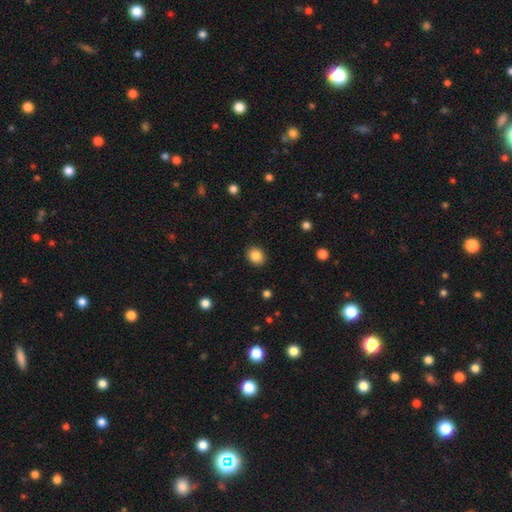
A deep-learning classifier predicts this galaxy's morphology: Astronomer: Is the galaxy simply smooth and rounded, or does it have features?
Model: smooth — 86%.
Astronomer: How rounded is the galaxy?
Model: round — 55% (runner-up: in between, 44%).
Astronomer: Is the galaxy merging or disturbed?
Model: none — 90%.